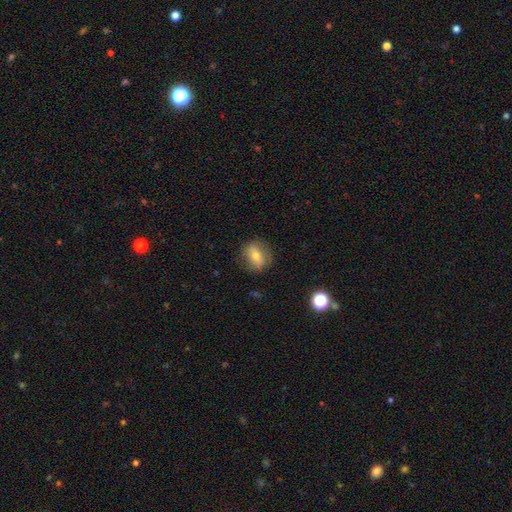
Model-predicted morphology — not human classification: A smooth galaxy with no disk features (60%) that is round (54%). Merging: none (80%).